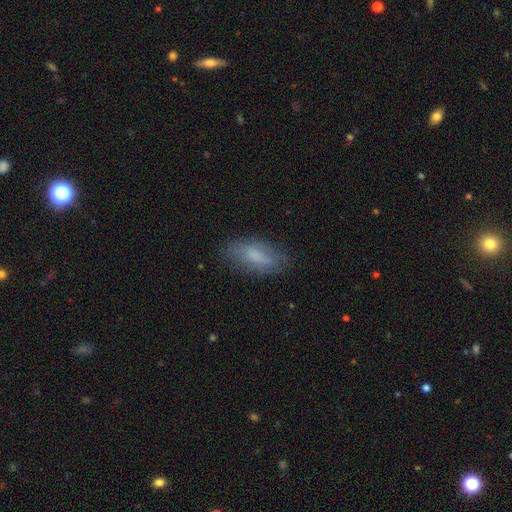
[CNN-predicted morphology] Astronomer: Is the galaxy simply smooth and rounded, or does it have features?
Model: smooth — 71%.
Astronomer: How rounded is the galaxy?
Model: in between — 79%.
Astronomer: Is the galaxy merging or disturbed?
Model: none — 74%.